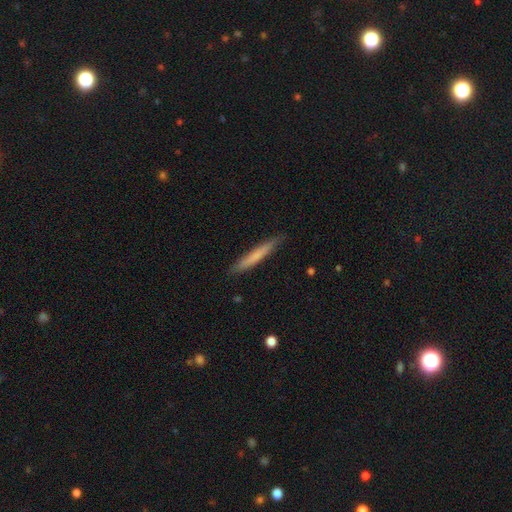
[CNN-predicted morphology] Overall: smooth (68%). How rounded: cigar-shaped (96%). Merging: none (88%).